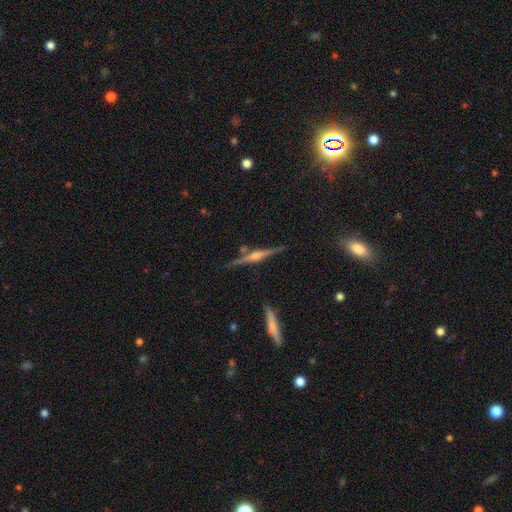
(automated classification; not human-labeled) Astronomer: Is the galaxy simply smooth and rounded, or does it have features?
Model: featured or disk — 83%.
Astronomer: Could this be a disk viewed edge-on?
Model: yes — 98%.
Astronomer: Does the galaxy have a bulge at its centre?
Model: rounded — 84%.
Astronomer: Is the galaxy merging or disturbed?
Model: none — 85%.